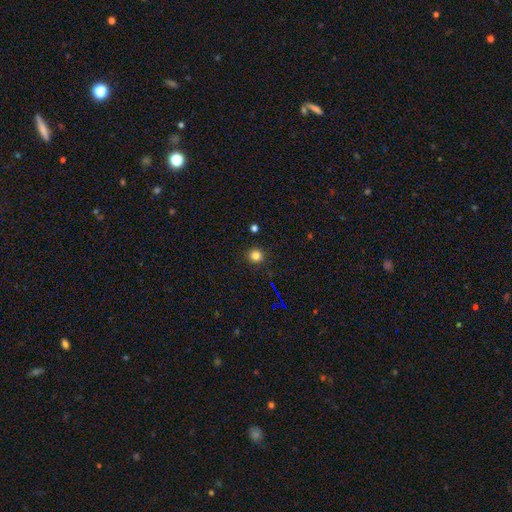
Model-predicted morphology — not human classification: type=smooth (80%); roundness=round (94%); merging=none (92%).